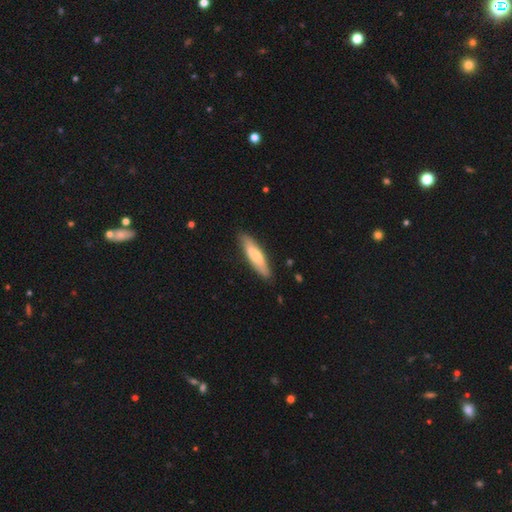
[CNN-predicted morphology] smooth-or-featured: smooth: 64% | featured or disk: 31% | star or artifact: 5%
  how-rounded: cigar-shaped: 73% | in between: 26% | round: 1%
  merging: none: 84% | minor disturbance: 12% | major disturbance: 2% | merger: 1%